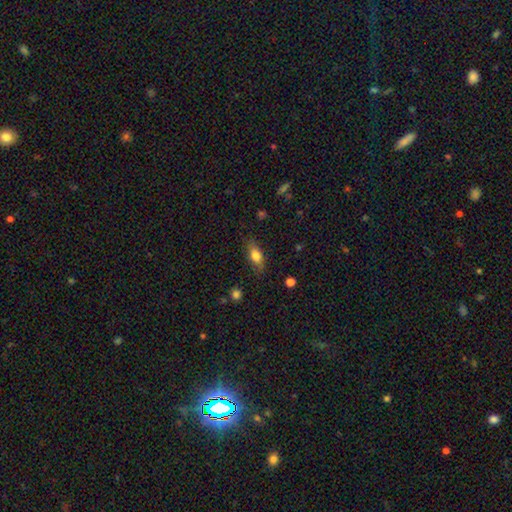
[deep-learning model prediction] Smooth or featured?
  - smooth: 77% *
  - featured or disk: 16%
  - star or artifact: 8%
How rounded?
  - in between: 77% *
  - cigar-shaped: 17%
  - round: 6%
Merging?
  - none: 78% *
  - minor disturbance: 17%
  - major disturbance: 4%
  - merger: 1%